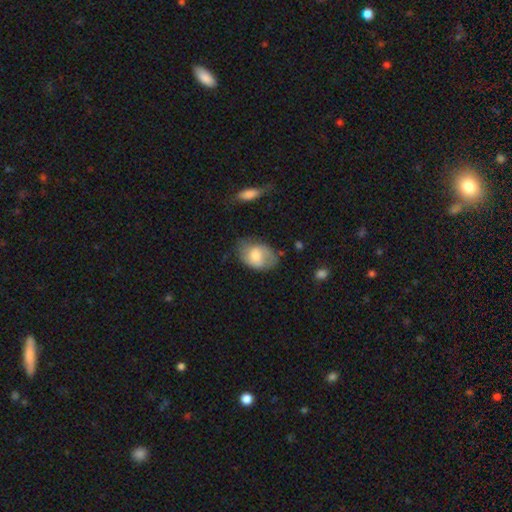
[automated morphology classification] type=smooth (62%); roundness=in between (84%); merging=none (58%).